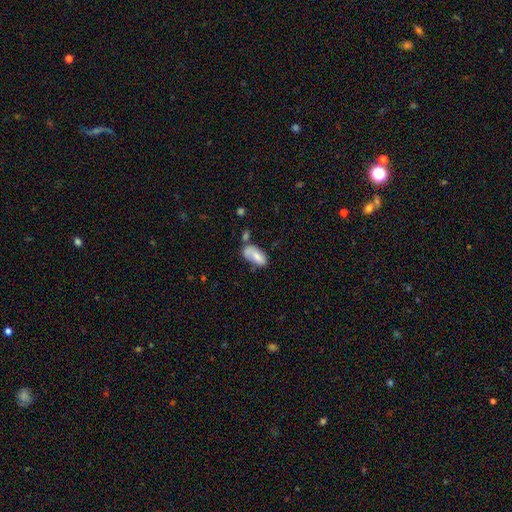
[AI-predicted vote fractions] smooth-or-featured: smooth: 73% | featured or disk: 20% | star or artifact: 7%
  how-rounded: in between: 91% | cigar-shaped: 6% | round: 3%
  merging: none: 43% | minor disturbance: 27% | merger: 20% | major disturbance: 11%